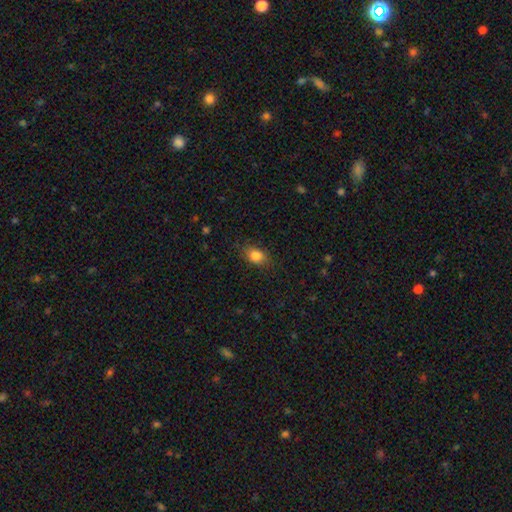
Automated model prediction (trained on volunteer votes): smooth 83%, star or artifact 9%, featured or disk 7%. Down the decision tree: how rounded — in between (72%); merging — none (81%).